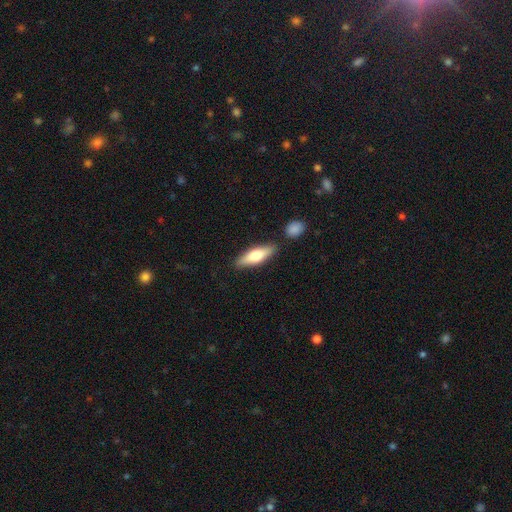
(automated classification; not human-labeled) smooth_or_featured: smooth (p=0.61) [alt: featured or disk p=0.34]
how_rounded: cigar-shaped (p=0.54) [alt: in between p=0.44]
merging: none (p=0.82) [alt: minor disturbance p=0.10]